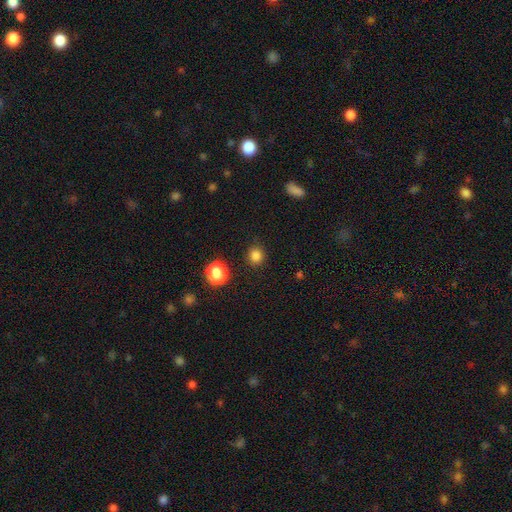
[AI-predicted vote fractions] This is clearly a smooth galaxy (82%). How rounded: clearly round (87%). Merging: clearly none (88%).